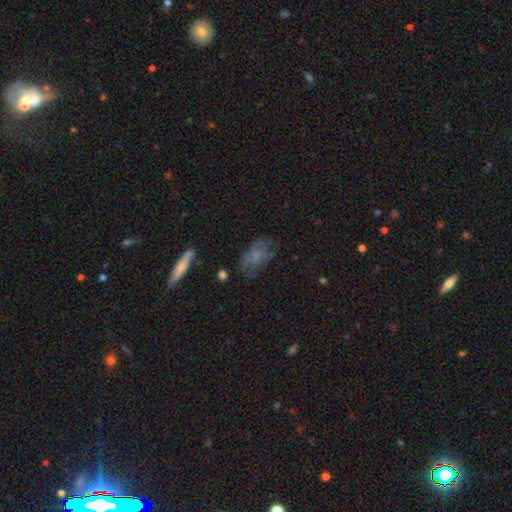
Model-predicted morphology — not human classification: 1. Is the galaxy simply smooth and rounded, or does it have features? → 49% smooth, 39% featured or disk, 12% star or artifact.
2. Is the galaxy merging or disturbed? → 52% none, 27% minor disturbance, 18% major disturbance, 3% merger.